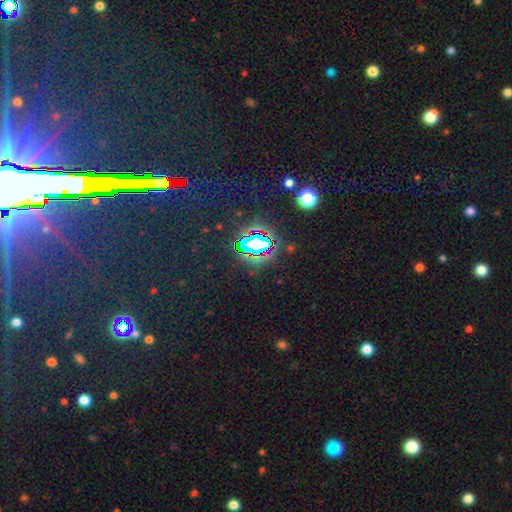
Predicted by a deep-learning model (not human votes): star or artifact 77%, smooth 13%, featured or disk 10%.